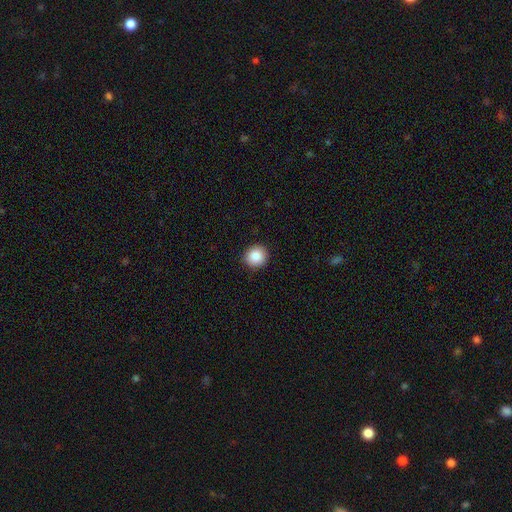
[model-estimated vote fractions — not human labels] Smooth or featured?
  - smooth: 87% *
  - star or artifact: 8%
  - featured or disk: 4%
How rounded?
  - round: 90% *
  - in between: 9%
  - cigar-shaped: 1%
Merging?
  - none: 92% *
  - minor disturbance: 6%
  - major disturbance: 2%
  - merger: 1%